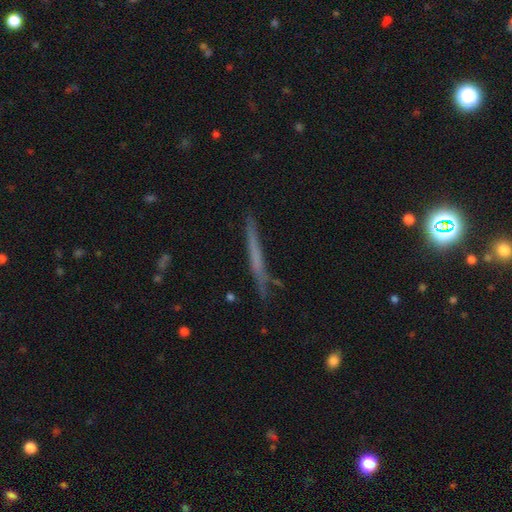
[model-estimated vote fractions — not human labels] A featured or disk galaxy (46%, tied with smooth).

Vote fractions:
- Smooth or featured? featured or disk: 46% (tied) / smooth: 46% (tied) / star or artifact: 8%
- Merging? none: 85% / minor disturbance: 11% / major disturbance: 2% / merger: 2%